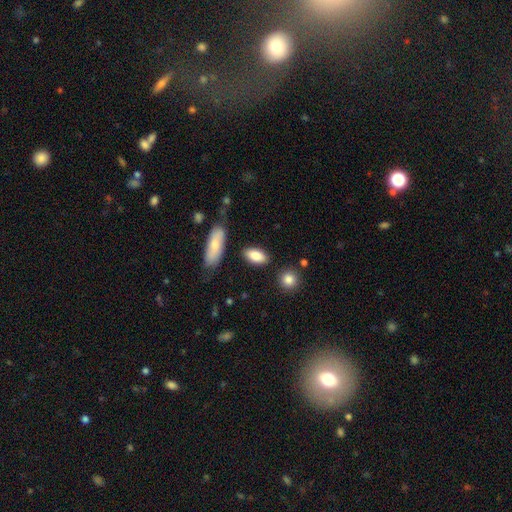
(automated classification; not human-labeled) Smooth or featured? smooth (85%)
How rounded? in between (87%)
Merging? none (83%)